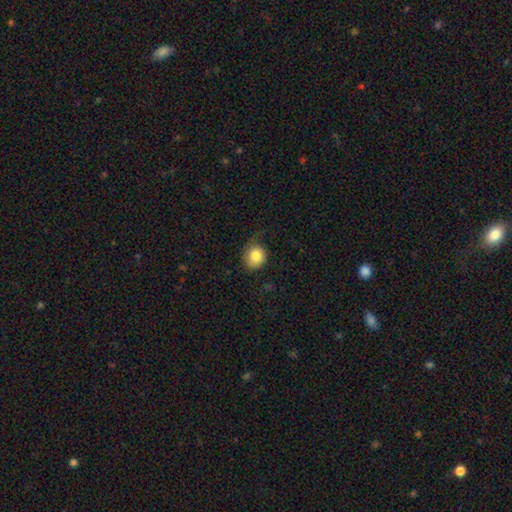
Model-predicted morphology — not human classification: A smooth galaxy with no disk features (83%) that is round (73%).

Vote fractions:
- Smooth or featured? smooth: 83% / star or artifact: 9% / featured or disk: 8%
- How rounded? round: 73% / in between: 26% / cigar-shaped: 1%
- Merging? none: 60% / minor disturbance: 28% / major disturbance: 10% / merger: 1%